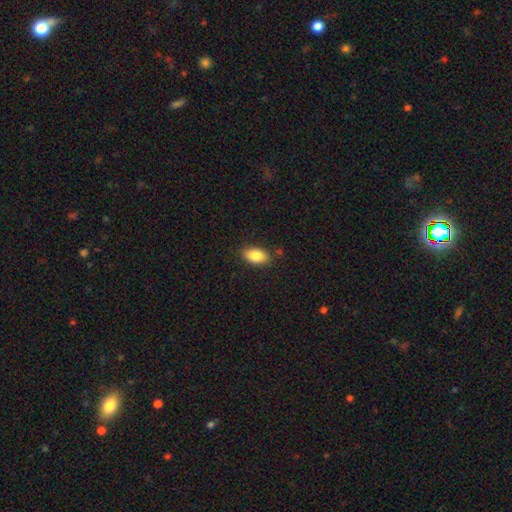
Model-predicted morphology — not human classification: Smooth or featured? smooth (87%)
How rounded? in between (92%)
Merging? none (85%)